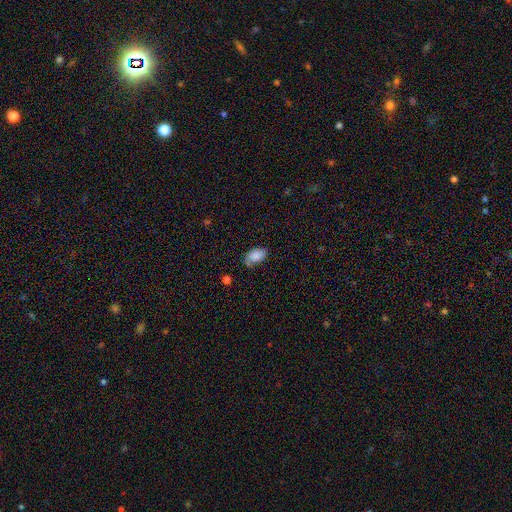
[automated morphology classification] A smooth galaxy with no disk features (85%) that is in between round and cigar-shaped (93%).

Vote fractions:
- Smooth or featured? smooth: 85% / star or artifact: 8% / featured or disk: 7%
- How rounded? in between: 93% / round: 6% / cigar-shaped: 2%
- Merging? none: 68% / minor disturbance: 23% / major disturbance: 5% / merger: 4%